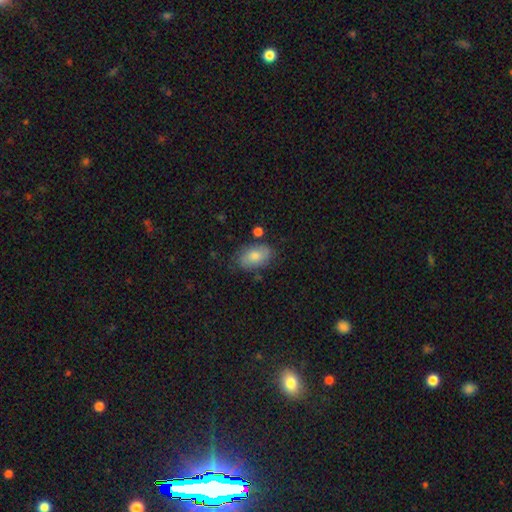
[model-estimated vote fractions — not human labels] Smooth or featured? smooth (74%)
How rounded? in between (89%)
Merging? none (75%)